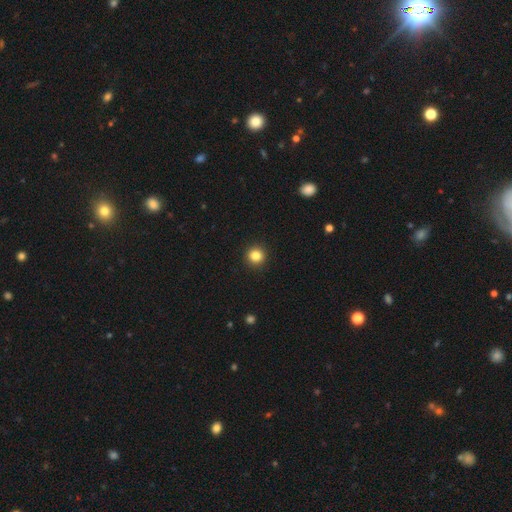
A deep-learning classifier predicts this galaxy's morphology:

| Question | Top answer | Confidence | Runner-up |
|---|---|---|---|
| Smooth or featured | smooth | 84% | star or artifact (11%) |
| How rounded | round | 94% | in between (5%) |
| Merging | none | 93% | minor disturbance (4%) |